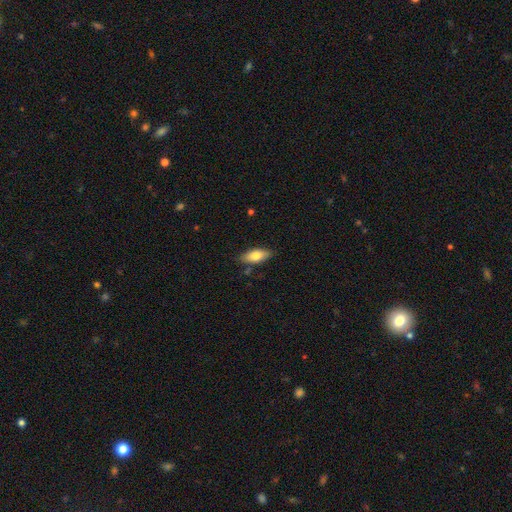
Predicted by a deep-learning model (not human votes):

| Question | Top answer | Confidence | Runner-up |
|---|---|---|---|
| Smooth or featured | smooth | 75% | featured or disk (19%) |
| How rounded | in between | 81% | cigar-shaped (16%) |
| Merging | none | 82% | minor disturbance (13%) |